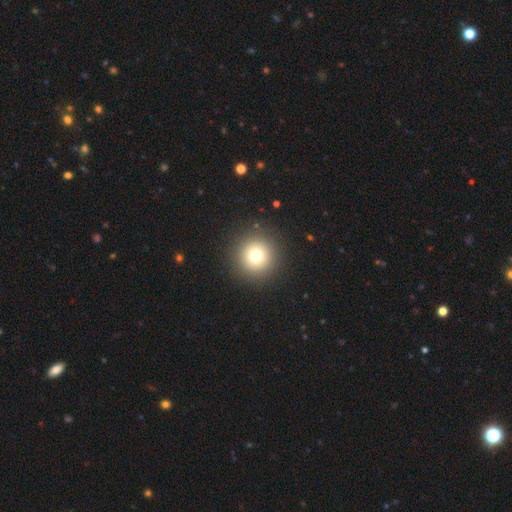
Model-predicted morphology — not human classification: Smooth or featured: smooth — 75% (star or artifact — 14%)
How rounded: round — 96% (in between — 3%)
Merging: none — 91% (minor disturbance — 5%)